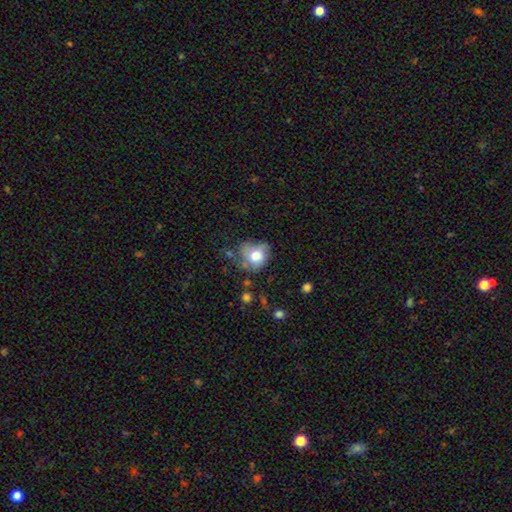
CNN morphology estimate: smooth-or-featured: smooth: 68% | featured or disk: 23% | star or artifact: 9%
  how-rounded: round: 65% | in between: 34% | cigar-shaped: 1%
  merging: none: 46% | minor disturbance: 31% | major disturbance: 17% | merger: 6%